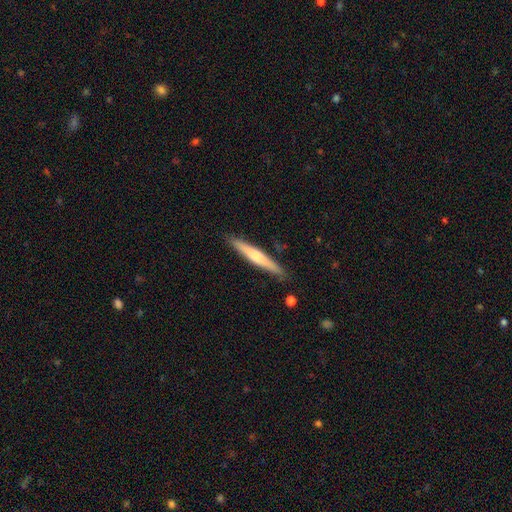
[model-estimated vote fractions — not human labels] Smooth or featured? Predicted: smooth (p=0.50). Merging? Predicted: none (p=0.89).